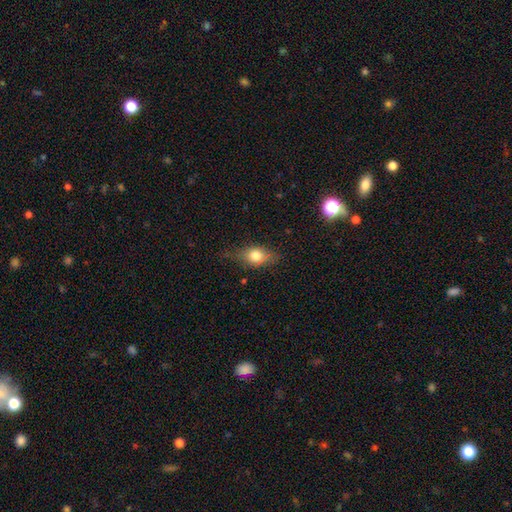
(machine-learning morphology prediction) This appears to be a smooth galaxy with no disk features (74%) that is in between round and cigar-shaped (69%). Merging: none (69%).